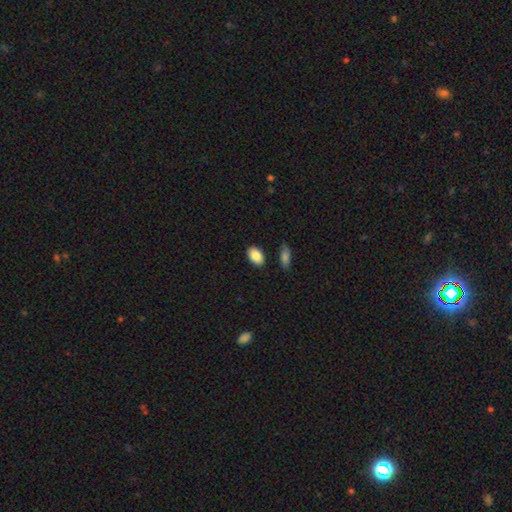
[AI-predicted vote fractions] Morphology: type=smooth (87%); roundness=in between (90%); merging=none (86%).